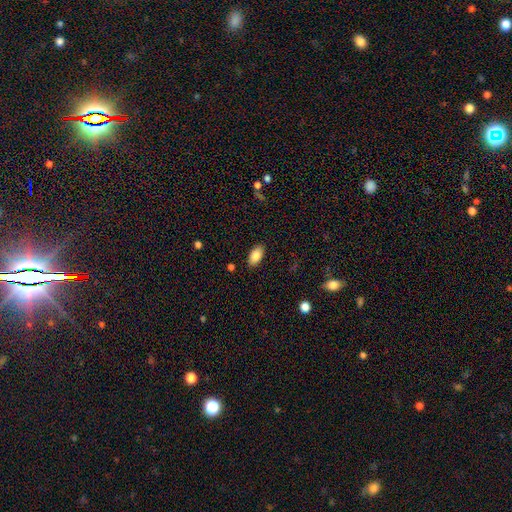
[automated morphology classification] Smooth or featured? Predicted: smooth (p=0.84). How rounded? Predicted: in between (p=0.93). Merging? Predicted: none (p=0.88).